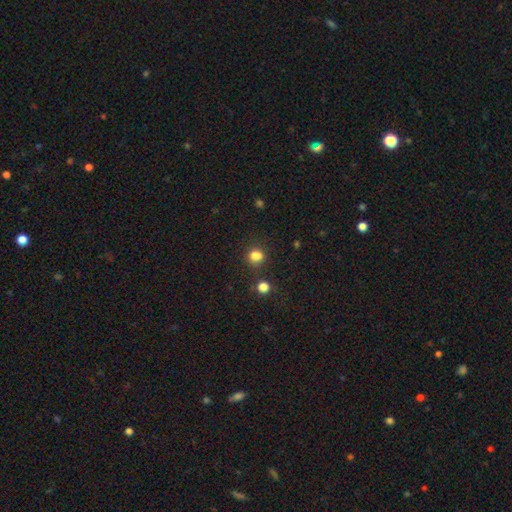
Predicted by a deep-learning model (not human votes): This is likely a smooth galaxy (79%). How rounded: likely round (65%). Merging: likely none (62%).